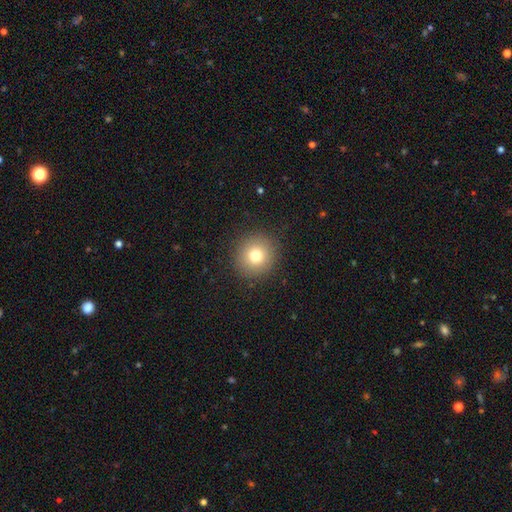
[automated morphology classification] Q: Smooth or featured?
A: smooth (76%); runner-up: star or artifact (13%)
Q: How rounded?
A: round (92%); runner-up: in between (7%)
Q: Merging?
A: none (90%); runner-up: minor disturbance (6%)